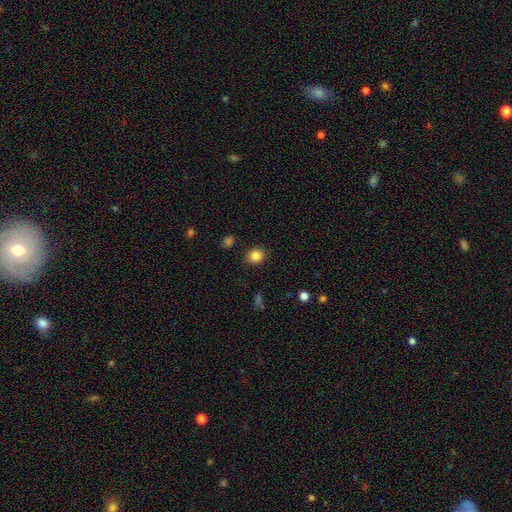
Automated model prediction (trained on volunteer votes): A smooth galaxy with no disk features (85%) that is round (66%).

Vote fractions:
- Smooth or featured? smooth: 85% / star or artifact: 10% / featured or disk: 5%
- How rounded? round: 66% / in between: 33% / cigar-shaped: 1%
- Merging? none: 88% / minor disturbance: 8% / major disturbance: 2% / merger: 2%